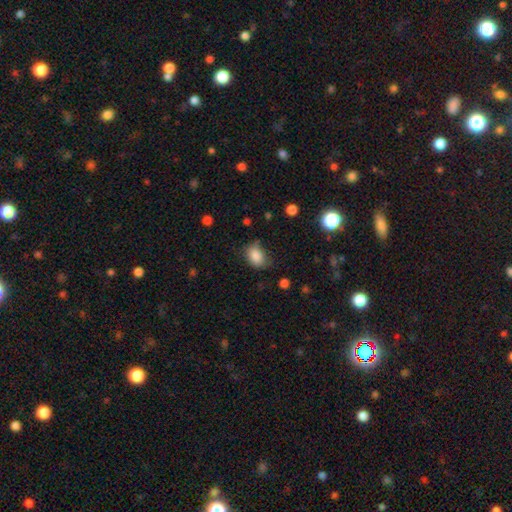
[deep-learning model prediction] A smooth galaxy with no disk features (85%) that is in between round and cigar-shaped (70%). Merging: none (58%).